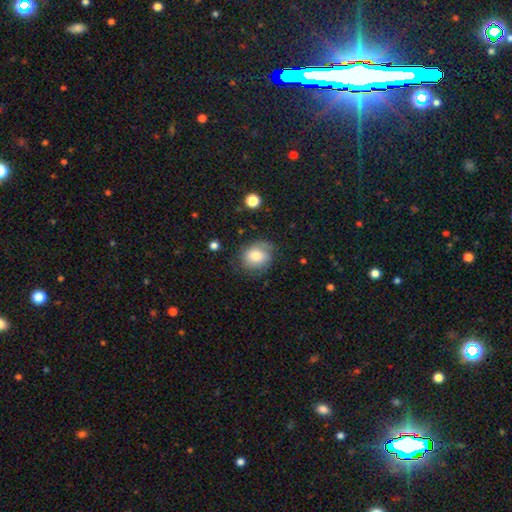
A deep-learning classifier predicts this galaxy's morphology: Overall: smooth (72%). How rounded: round (53%; in between 46%). Merging: none (65%).